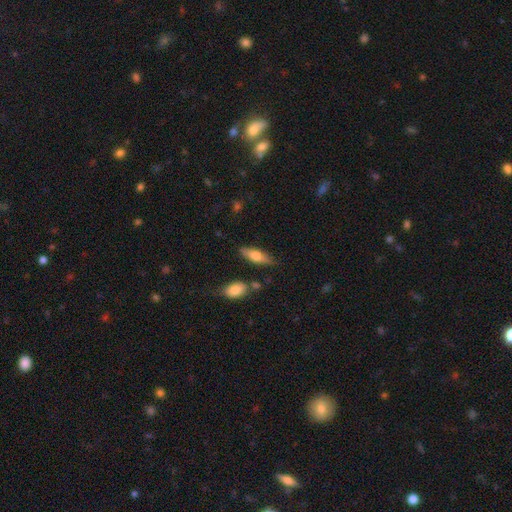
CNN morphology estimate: This appears to be a smooth galaxy with no disk features (61%) that is in between round and cigar-shaped (53%). Merging: none (77%).